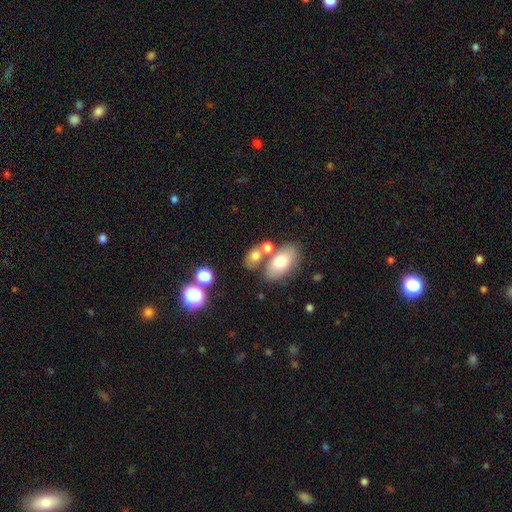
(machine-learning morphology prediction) Smooth or featured? Predicted: smooth (p=0.72). How rounded? Predicted: in between (p=0.74). Merging? Predicted: none (p=0.46).